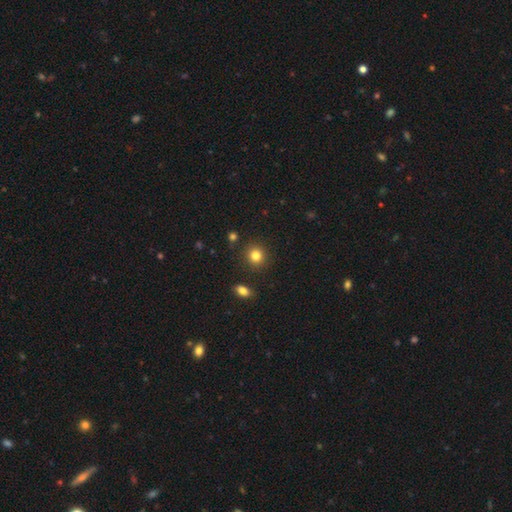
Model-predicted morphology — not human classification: Q: Smooth or featured?
A: smooth (83%); runner-up: star or artifact (11%)
Q: How rounded?
A: round (87%); runner-up: in between (12%)
Q: Merging?
A: none (89%); runner-up: minor disturbance (6%)